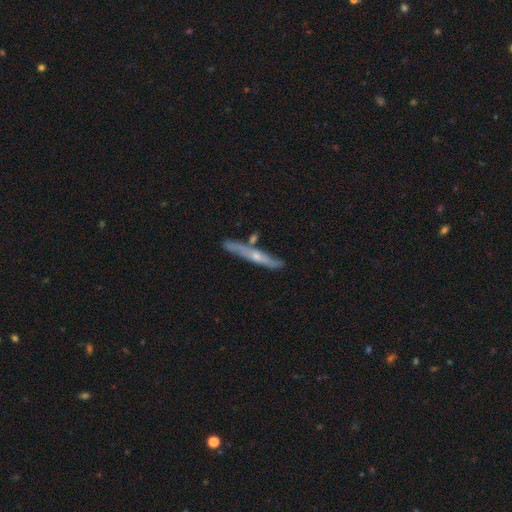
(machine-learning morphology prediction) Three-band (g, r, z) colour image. It shows a featured or disk galaxy (62%) viewed edge-on (88%) with a rounded central bulge (66%). Merging: none (76%).